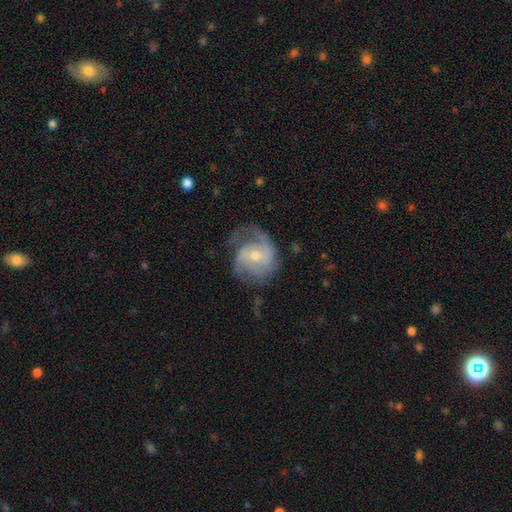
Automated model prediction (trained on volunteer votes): Morphology: type=featured or disk (80%); edge-on=no (98%); bar=no (52%); spiral arms=yes (93%); winding=medium (45%); arm count=2 (48%); bulge=small (50%); merging=none (54%).